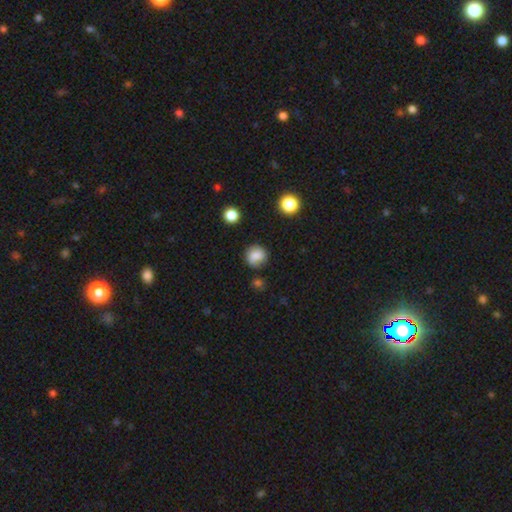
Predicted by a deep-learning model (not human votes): The model was most divided on "merging": none: 74%, minor disturbance: 18%, major disturbance: 6%, merger: 3%. More confident: how rounded — round (86%); smooth or featured — smooth (76%).